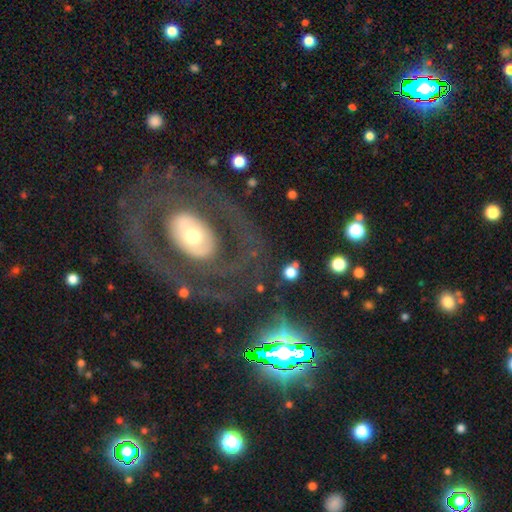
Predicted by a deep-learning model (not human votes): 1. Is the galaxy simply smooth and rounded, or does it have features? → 68% featured or disk, 22% smooth, 10% star or artifact.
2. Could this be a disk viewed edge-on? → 93% no, 7% yes.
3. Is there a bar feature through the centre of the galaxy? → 74% no, 15% weak, 11% strong.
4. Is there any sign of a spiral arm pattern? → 66% no, 34% yes.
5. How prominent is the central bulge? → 51% moderate, 24% small, 19% large, 4% dominant, 2% none.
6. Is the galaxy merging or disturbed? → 78% none, 11% minor disturbance, 10% major disturbance, 2% merger.